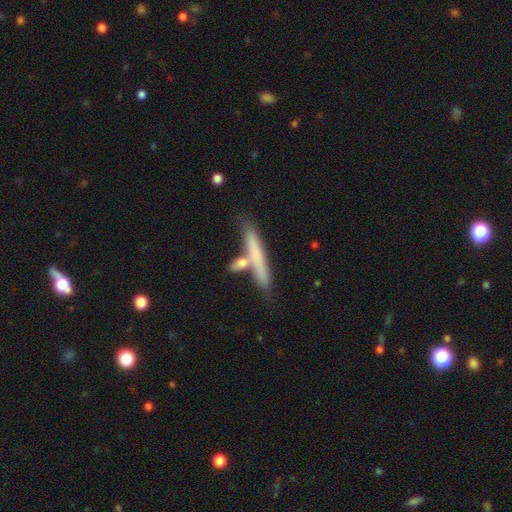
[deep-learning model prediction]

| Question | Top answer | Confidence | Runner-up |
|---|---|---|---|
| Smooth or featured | smooth | 63% | featured or disk (30%) |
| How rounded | cigar-shaped | 93% | in between (5%) |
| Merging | none | 66% | merger (17%) |